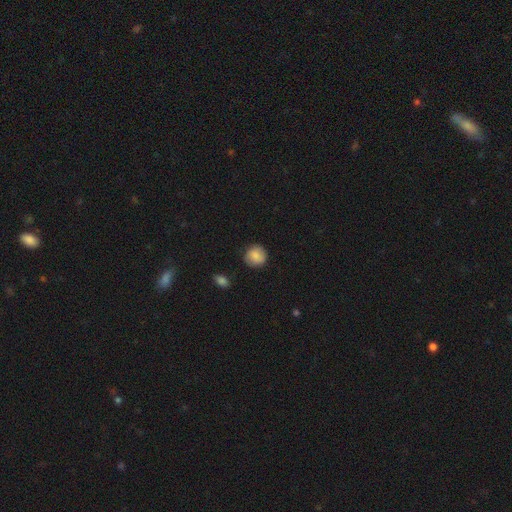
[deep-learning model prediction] This is clearly a smooth galaxy (84%). How rounded: clearly round (92%). Merging: clearly none (85%).